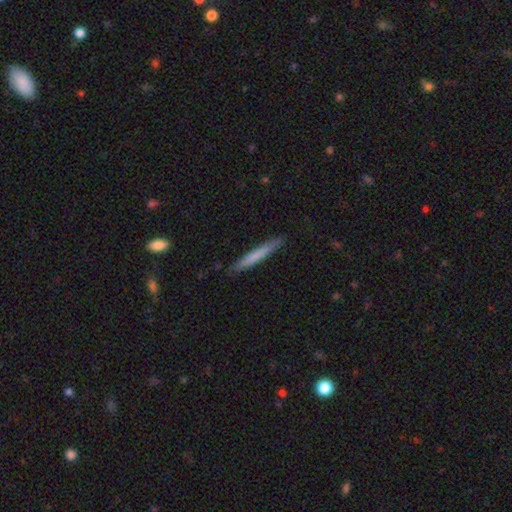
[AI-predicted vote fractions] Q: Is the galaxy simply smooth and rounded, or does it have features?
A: smooth — 69%.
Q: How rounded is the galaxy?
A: cigar-shaped — 96%.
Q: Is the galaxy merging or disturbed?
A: none — 88%.